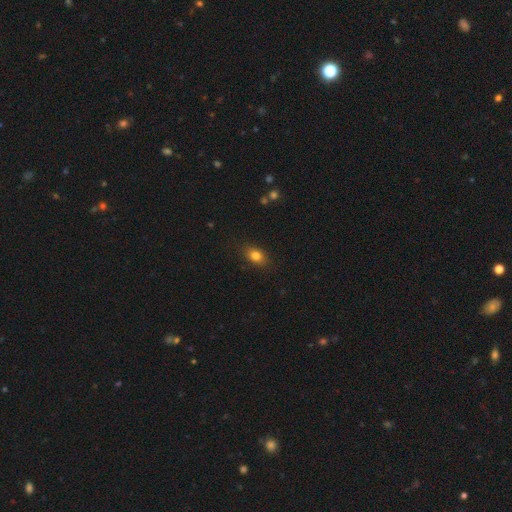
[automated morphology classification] type=smooth (81%); roundness=in between (77%); merging=none (84%).